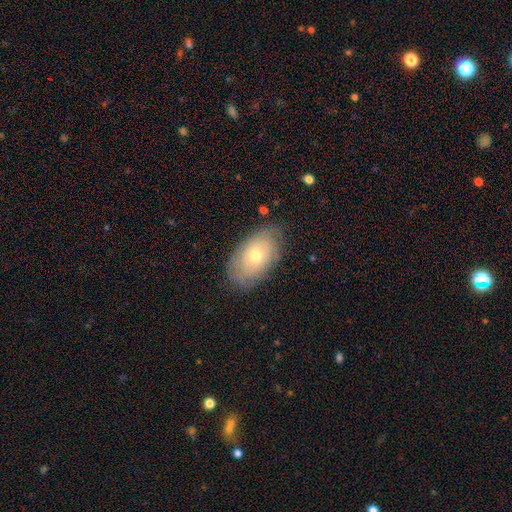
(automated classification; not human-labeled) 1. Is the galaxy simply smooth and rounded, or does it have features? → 49% smooth, 43% featured or disk, 8% star or artifact.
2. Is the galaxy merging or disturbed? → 76% none, 18% minor disturbance, 4% major disturbance, 1% merger.